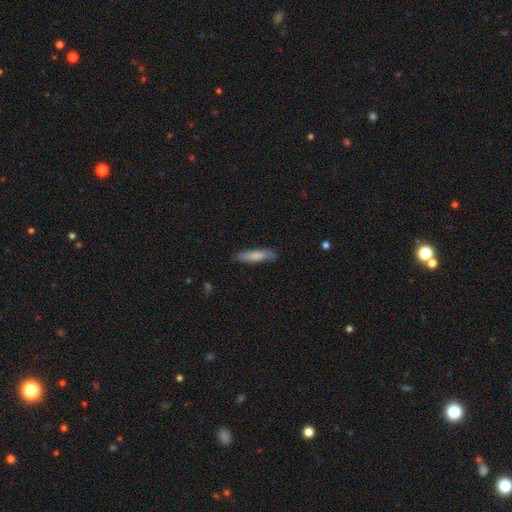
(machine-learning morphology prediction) smooth_or_featured: smooth (p=0.76) [alt: featured or disk p=0.18]
how_rounded: cigar-shaped (p=0.72) [alt: in between p=0.26]
merging: none (p=0.78) [alt: minor disturbance p=0.17]